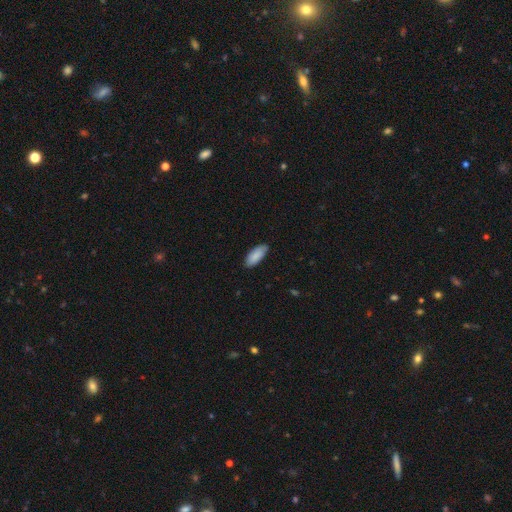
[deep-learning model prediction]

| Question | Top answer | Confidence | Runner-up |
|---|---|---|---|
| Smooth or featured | smooth | 89% | star or artifact (6%) |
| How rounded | in between | 81% | cigar-shaped (18%) |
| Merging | none | 84% | minor disturbance (13%) |